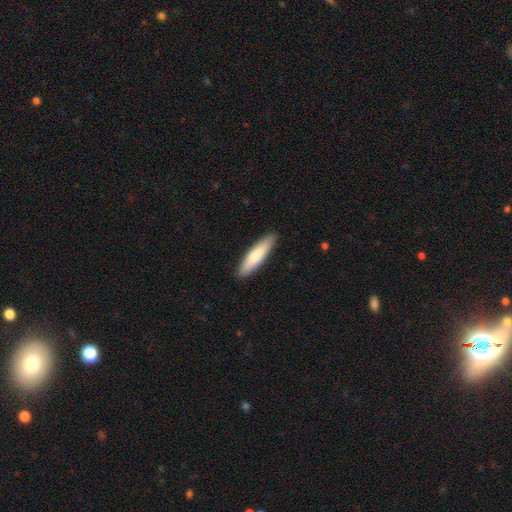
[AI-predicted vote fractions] Smooth or featured: smooth — 82% (featured or disk — 13%)
How rounded: cigar-shaped — 76% (in between — 23%)
Merging: none — 90% (minor disturbance — 8%)